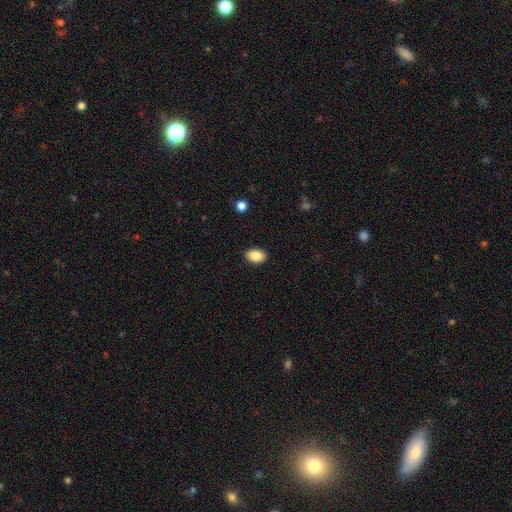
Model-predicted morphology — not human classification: smooth 88%, star or artifact 8%, featured or disk 5%. Down the decision tree: how rounded — in between (86%); merging — none (89%).